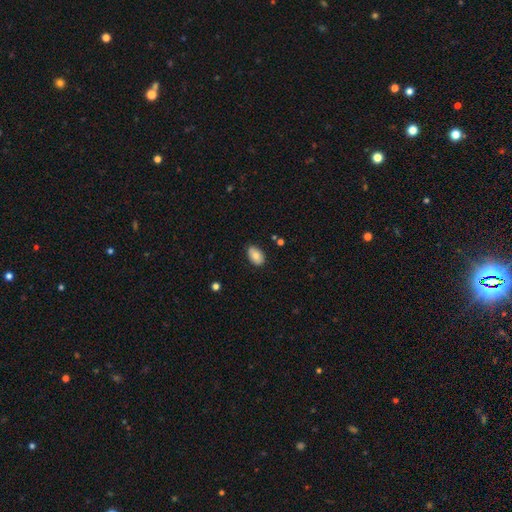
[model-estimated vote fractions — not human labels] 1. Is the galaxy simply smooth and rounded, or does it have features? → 78% smooth, 15% featured or disk, 7% star or artifact.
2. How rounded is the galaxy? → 90% in between, 9% round, 1% cigar-shaped.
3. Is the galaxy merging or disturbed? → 79% none, 17% minor disturbance, 3% major disturbance, 2% merger.